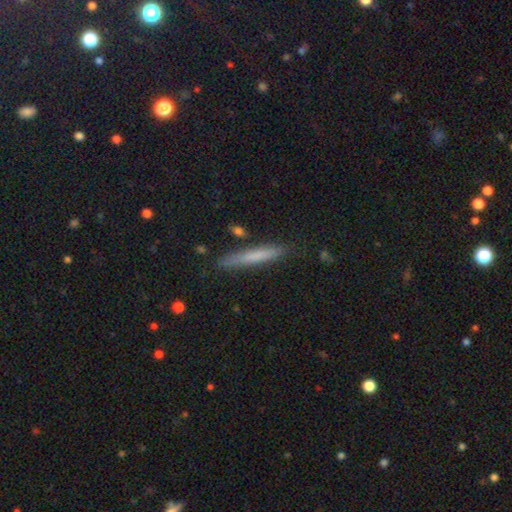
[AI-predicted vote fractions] The model was most divided on "smooth or featured": smooth: 68%, featured or disk: 25%, star or artifact: 7%. More confident: how rounded — cigar-shaped (95%); merging — none (85%).